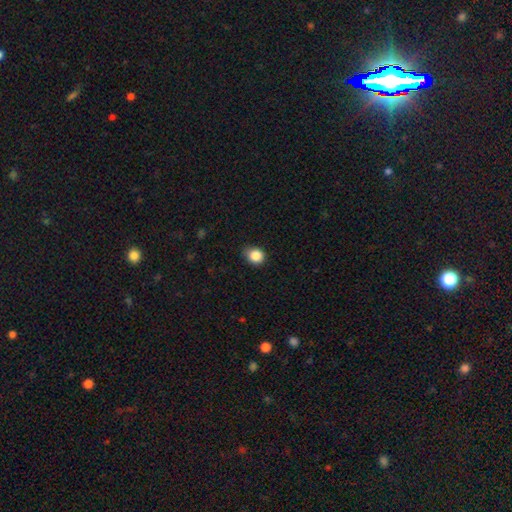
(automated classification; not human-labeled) Smooth or featured?
  - smooth: 86% *
  - star or artifact: 10%
  - featured or disk: 4%
How rounded?
  - round: 71% *
  - in between: 28%
  - cigar-shaped: 1%
Merging?
  - none: 73% *
  - minor disturbance: 22%
  - major disturbance: 3%
  - merger: 1%